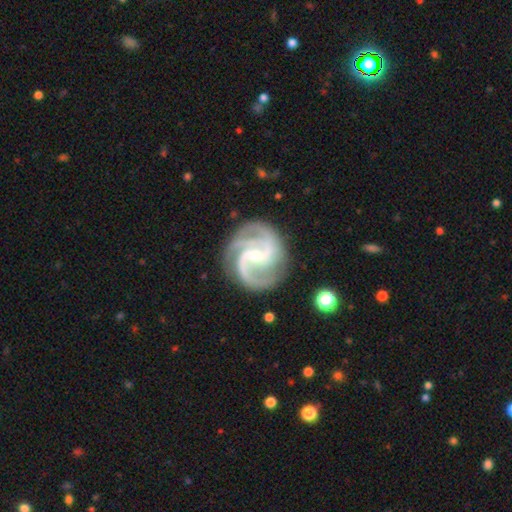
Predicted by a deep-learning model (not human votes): Smooth or featured: featured or disk — 93% (star or artifact — 4%)
Edge-on disk: no — 98% (yes — 2%)
Bar: weak — 45% (no — 28%)
Spiral arms: yes — 99% (no — 1%)
Spiral winding: medium — 58% (tight — 29%)
Spiral arm count: 3 — 46% (2 — 33%)
Bulge size: small — 71% (moderate — 26%)
Merging: none — 79% (minor disturbance — 14%)